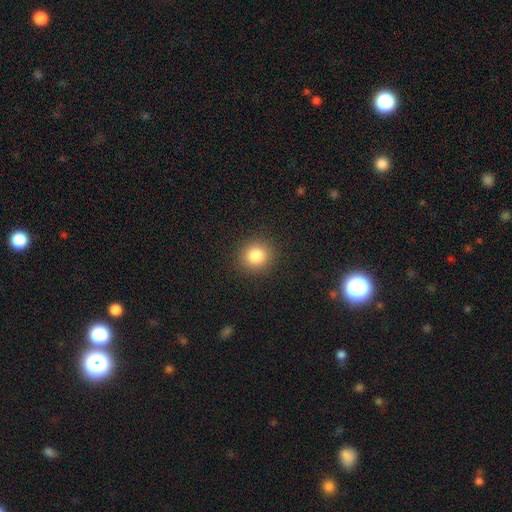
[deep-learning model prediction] Smooth or featured? Predicted: smooth (p=0.84). How rounded? Predicted: round (p=0.87). Merging? Predicted: none (p=0.91).